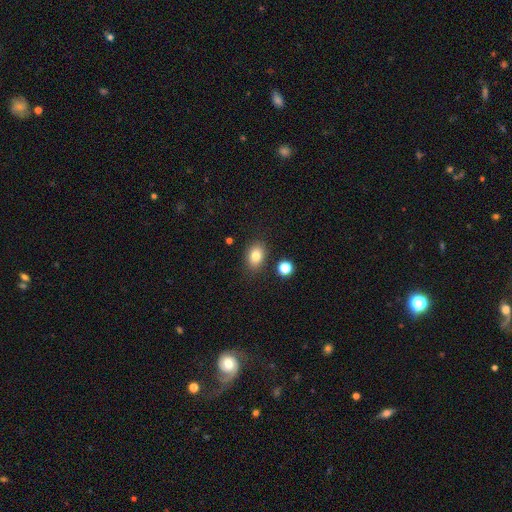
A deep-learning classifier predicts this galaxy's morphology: smooth 81%, star or artifact 10%, featured or disk 9%. Down the decision tree: how rounded — in between (76%); merging — none (83%).